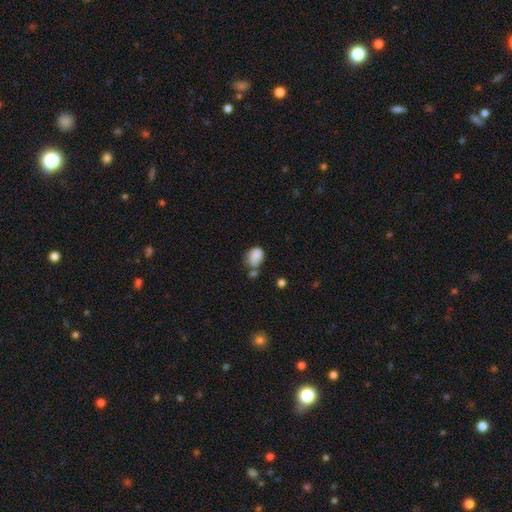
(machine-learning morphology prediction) smooth 83%, star or artifact 9%, featured or disk 8%. Down the decision tree: how rounded — in between (72%); merging — none (38%).